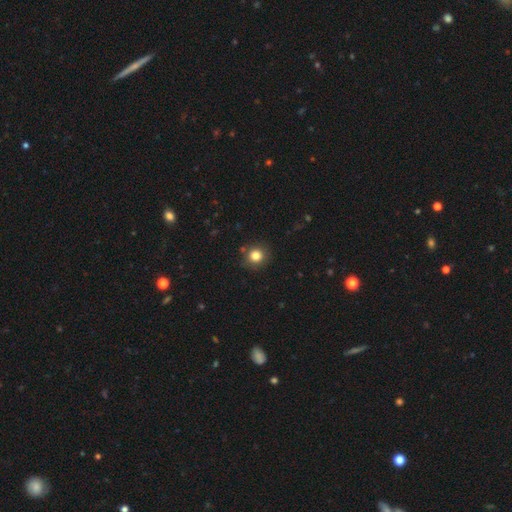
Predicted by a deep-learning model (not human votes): The model was most divided on "smooth or featured": smooth: 82%, star or artifact: 12%, featured or disk: 6%. More confident: how rounded — round (91%); merging — none (85%).